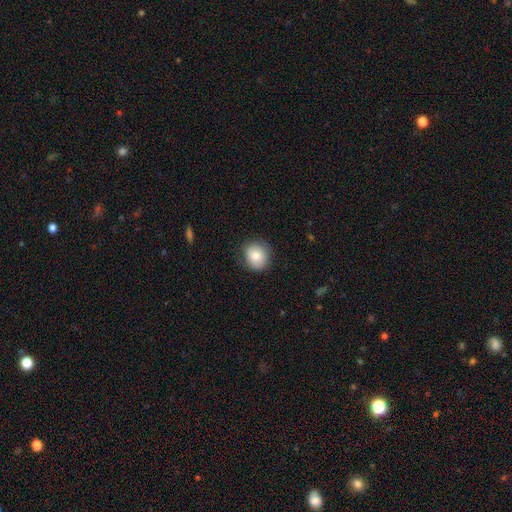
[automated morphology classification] smooth_or_featured: smooth (p=0.80) [alt: featured or disk p=0.11]
how_rounded: round (p=0.78) [alt: in between p=0.21]
merging: none (p=0.81) [alt: minor disturbance p=0.14]